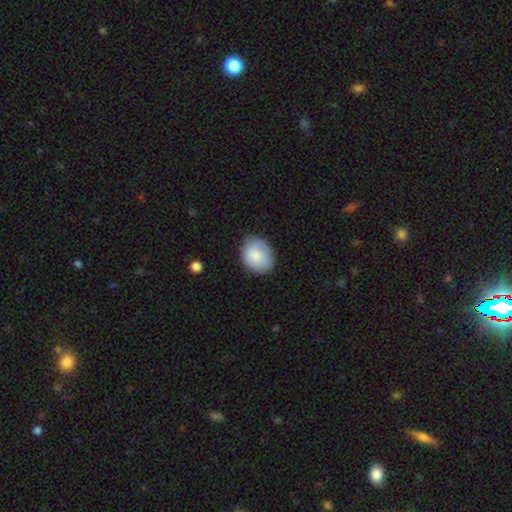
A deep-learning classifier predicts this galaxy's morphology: This is clearly a smooth galaxy (83%). How rounded: possibly in between (51%). Merging: likely none (75%).